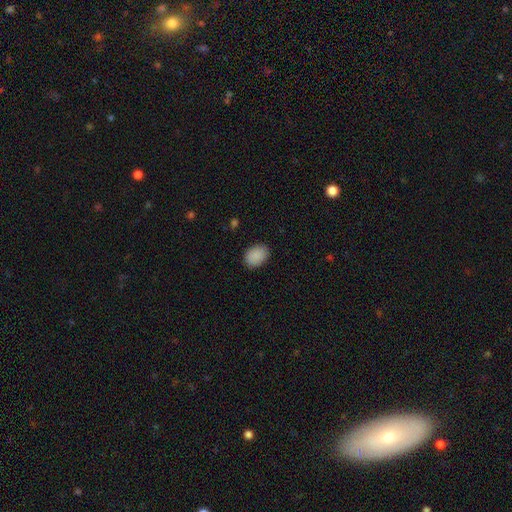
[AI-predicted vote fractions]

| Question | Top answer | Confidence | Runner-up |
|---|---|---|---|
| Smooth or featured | smooth | 90% | star or artifact (7%) |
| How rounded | in between | 77% | round (22%) |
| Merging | none | 87% | minor disturbance (10%) |